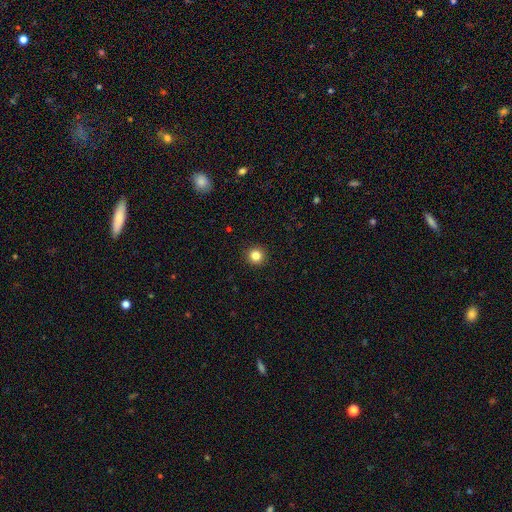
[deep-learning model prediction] The model was most divided on "smooth or featured": smooth: 84%, star or artifact: 12%, featured or disk: 5%. More confident: how rounded — round (95%); merging — none (93%).